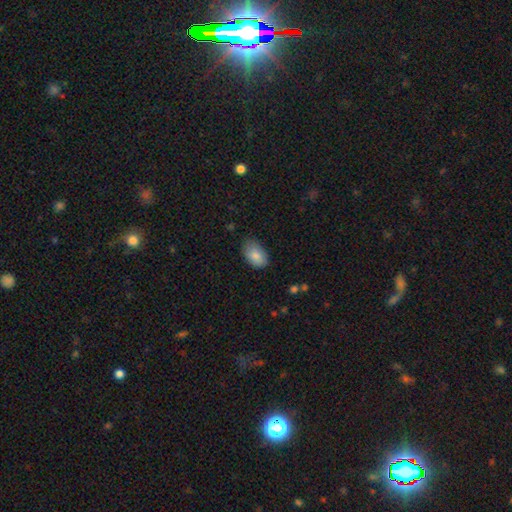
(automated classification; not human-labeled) Smooth or featured? Predicted: smooth (p=0.85). How rounded? Predicted: in between (p=0.91). Merging? Predicted: none (p=0.74).